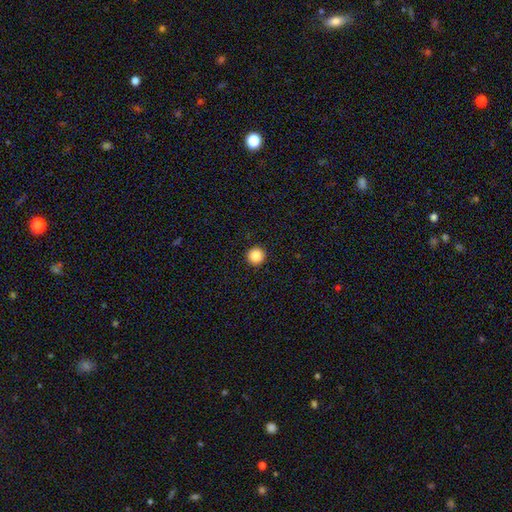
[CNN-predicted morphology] This appears to be a smooth galaxy with no disk features (86%) that is round (97%). Merging: none (94%).